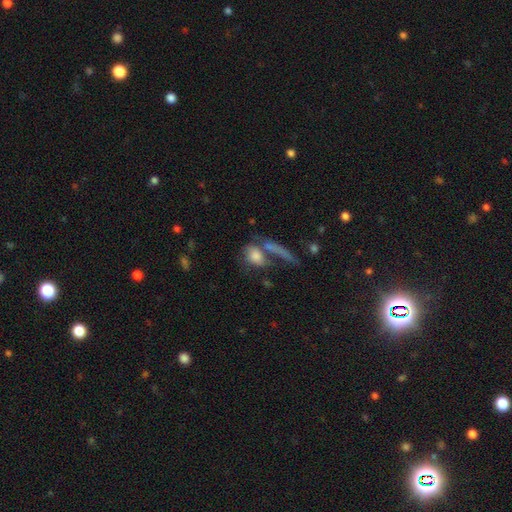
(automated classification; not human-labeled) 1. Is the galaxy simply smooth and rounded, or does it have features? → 70% smooth, 21% featured or disk, 9% star or artifact.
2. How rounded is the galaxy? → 61% in between, 31% round, 8% cigar-shaped.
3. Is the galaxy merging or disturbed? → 35% merger (tied), 35% none (tied), 15% major disturbance, 15% minor disturbance.